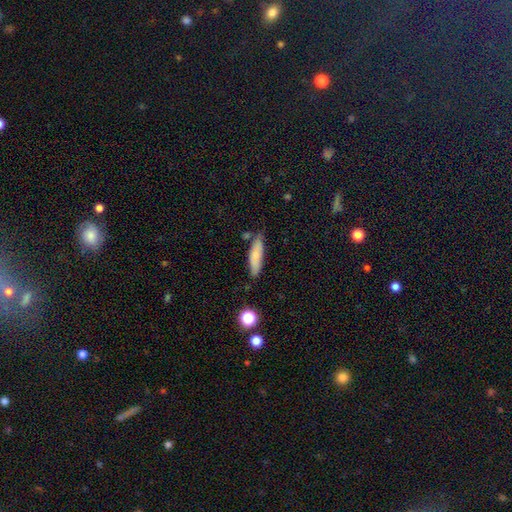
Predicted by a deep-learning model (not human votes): A smooth galaxy with no disk features (77%) that is cigar-shaped (65%).

Vote fractions:
- Smooth or featured? smooth: 77% / featured or disk: 16% / star or artifact: 7%
- How rounded? cigar-shaped: 65% / in between: 33% / round: 2%
- Merging? none: 71% / minor disturbance: 20% / merger: 5% / major disturbance: 4%